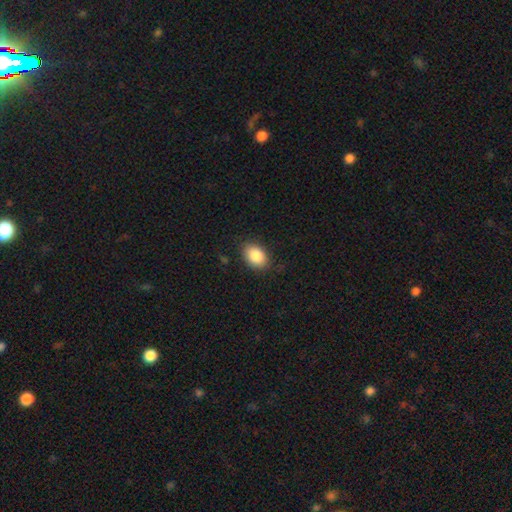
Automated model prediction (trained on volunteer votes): smooth_or_featured: smooth (p=0.86) [alt: star or artifact p=0.07]
how_rounded: in between (p=0.83) [alt: round p=0.16]
merging: none (p=0.83) [alt: minor disturbance p=0.13]